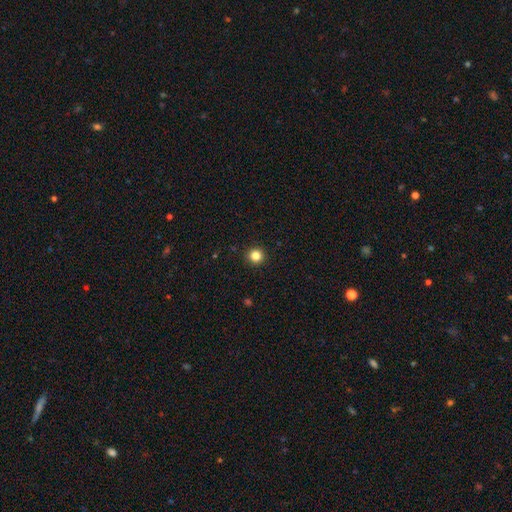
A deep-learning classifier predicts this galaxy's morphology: smooth 83%, star or artifact 12%, featured or disk 4%. Down the decision tree: how rounded — round (95%); merging — none (93%).